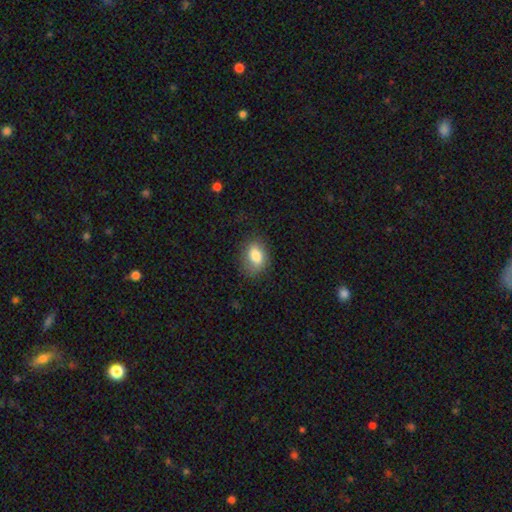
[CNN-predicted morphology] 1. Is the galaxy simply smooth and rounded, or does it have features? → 82% smooth, 10% featured or disk, 8% star or artifact.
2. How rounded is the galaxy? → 80% in between, 18% round, 2% cigar-shaped.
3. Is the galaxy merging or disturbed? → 67% none, 23% minor disturbance, 8% major disturbance, 1% merger.